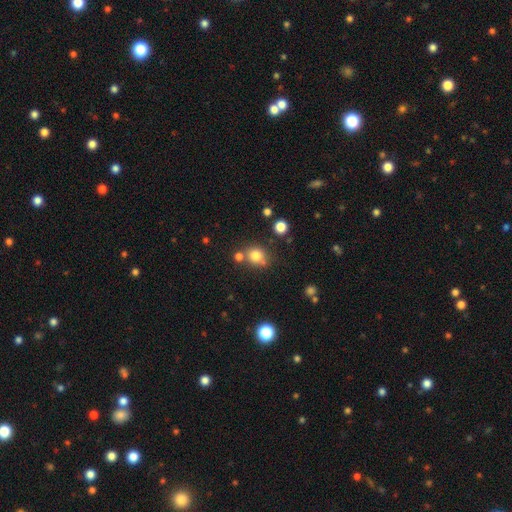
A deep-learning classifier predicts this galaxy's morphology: Smooth or featured?
  - smooth: 79% *
  - star or artifact: 13%
  - featured or disk: 8%
How rounded?
  - round: 77% *
  - in between: 22%
  - cigar-shaped: 1%
Merging?
  - none: 63% *
  - merger: 19%
  - minor disturbance: 13%
  - major disturbance: 5%